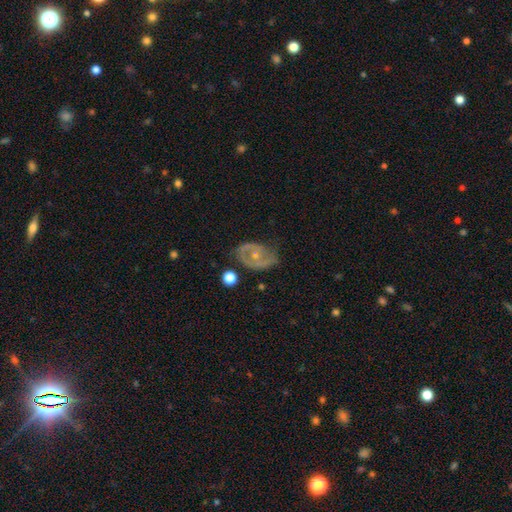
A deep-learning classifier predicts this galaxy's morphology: This appears to be a featured or disk galaxy (73%) with no bar (70%), spiral arms (64%) and a small central bulge (50%). Merging: none (65%).